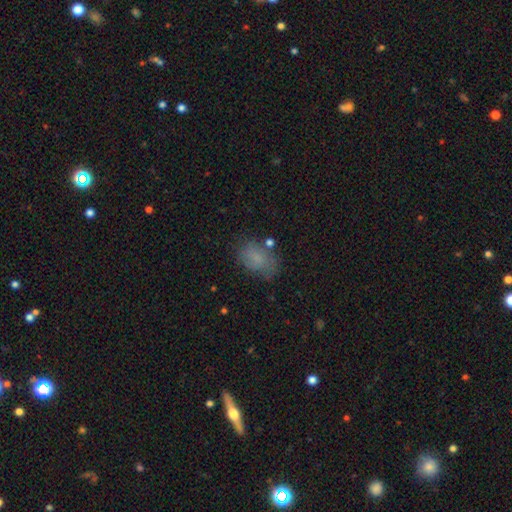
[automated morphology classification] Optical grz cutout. It shows a smooth galaxy with no disk features (69%) that is in between round and cigar-shaped (84%). Merging: none (67%).